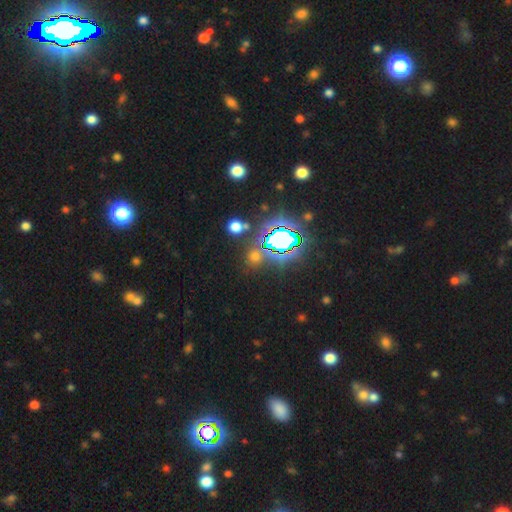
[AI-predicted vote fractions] A star or artifact, not a galaxy (56%).